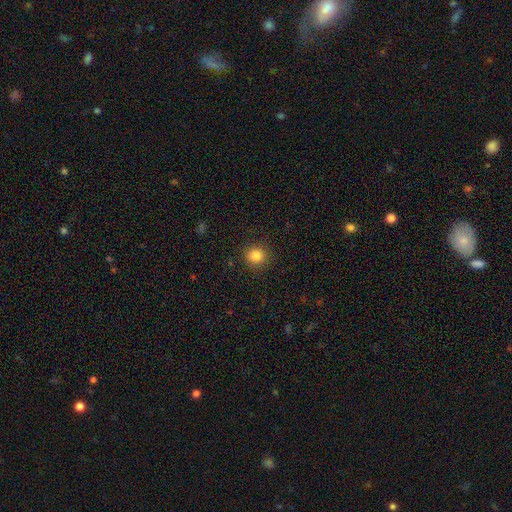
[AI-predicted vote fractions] Overall: smooth (84%). How rounded: round (88%). Merging: none (90%).